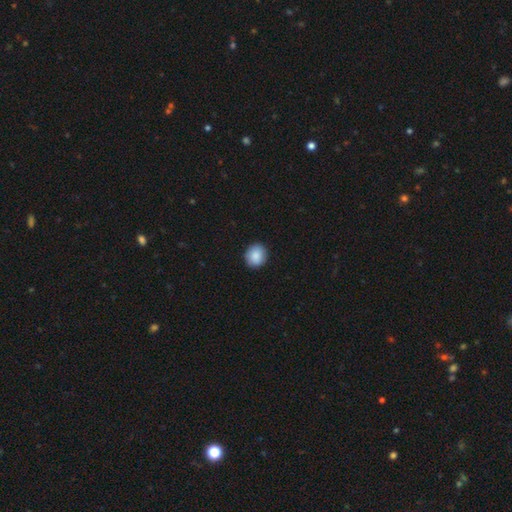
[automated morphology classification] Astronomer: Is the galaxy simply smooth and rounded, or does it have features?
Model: smooth — 89%.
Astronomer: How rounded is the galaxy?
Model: round — 77%.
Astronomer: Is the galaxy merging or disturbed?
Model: none — 90%.